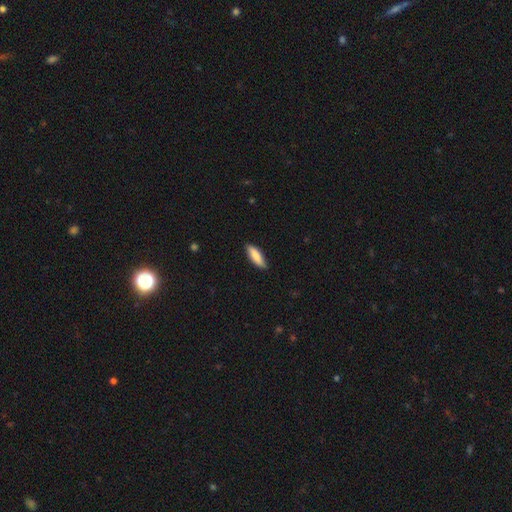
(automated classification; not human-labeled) Smooth or featured? smooth (82%)
How rounded? cigar-shaped (51%)
Merging? none (85%)